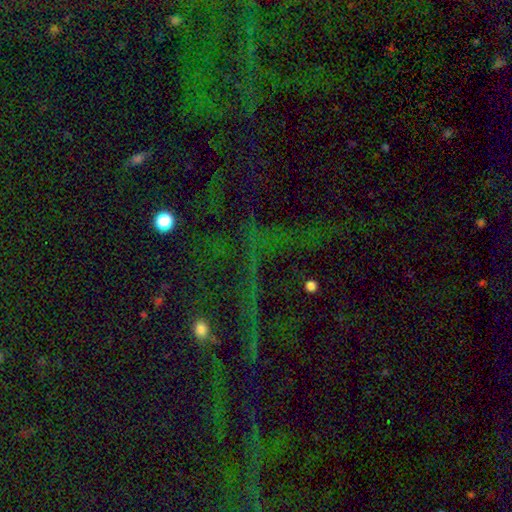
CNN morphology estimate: smooth-or-featured: star or artifact: 76% | featured or disk: 12% | smooth: 11%